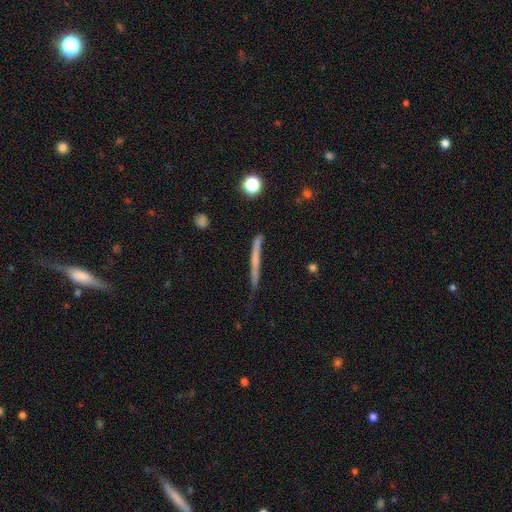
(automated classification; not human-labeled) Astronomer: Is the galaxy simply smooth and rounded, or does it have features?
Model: smooth — 49% (runner-up: featured or disk, 44%).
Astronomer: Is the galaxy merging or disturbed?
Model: none — 70%.